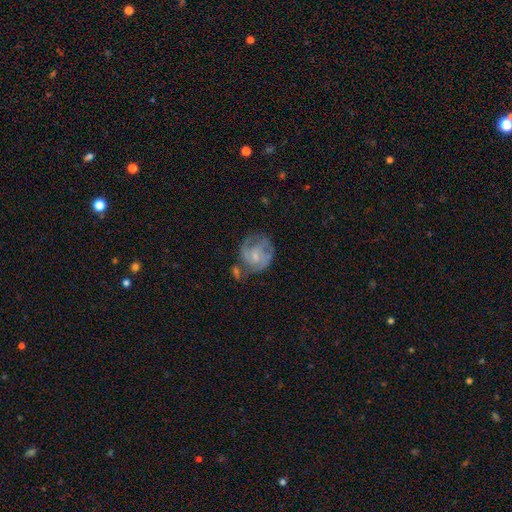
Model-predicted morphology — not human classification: Smooth or featured?
  - featured or disk: 73% *
  - smooth: 21%
  - star or artifact: 6%
Edge-on disk?
  - no: 98% *
  - yes: 2%
Bar?
  - no: 58% *
  - weak: 36%
  - strong: 5%
Spiral arms?
  - yes: 85% *
  - no: 15%
Spiral winding?
  - medium: 42% * (tied)
  - tight: 42% * (tied)
  - loose: 16%
Spiral arm count?
  - 2: 37% *
  - can't tell: 28%
  - 3: 21%
  - 1: 6%
  - 4: 5%
  - more than 4: 4%
Bulge size?
  - small: 60% *
  - moderate: 27%
  - none: 10%
  - large: 2%
  - dominant: 1%
Merging?
  - none: 45% *
  - minor disturbance: 24%
  - major disturbance: 18%
  - merger: 12%